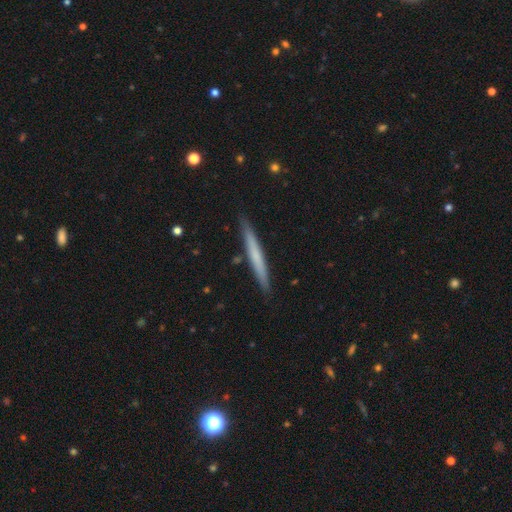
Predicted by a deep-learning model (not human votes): Overall: smooth (56%; featured or disk 38%). How rounded: cigar-shaped (97%). Merging: none (90%).